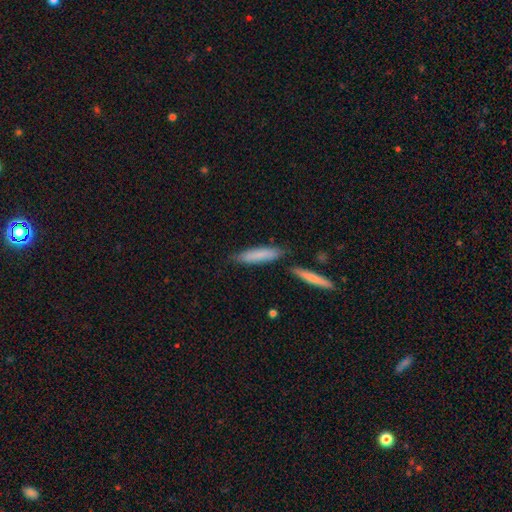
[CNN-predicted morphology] smooth 79%, featured or disk 15%, star or artifact 6%. Down the decision tree: how rounded — cigar-shaped (79%); merging — none (75%).